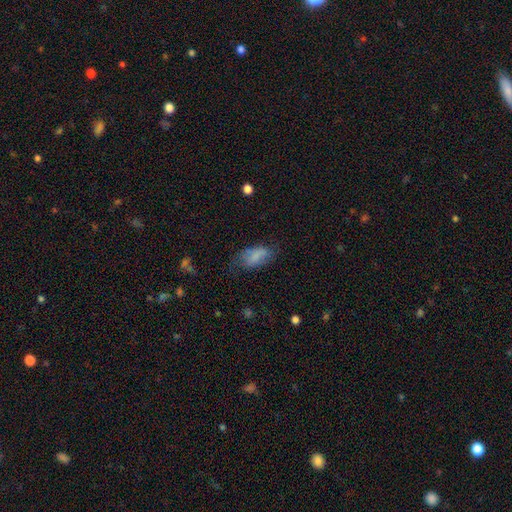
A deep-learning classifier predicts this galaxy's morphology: Smooth or featured? smooth (75%)
How rounded? in between (91%)
Merging? none (55%)